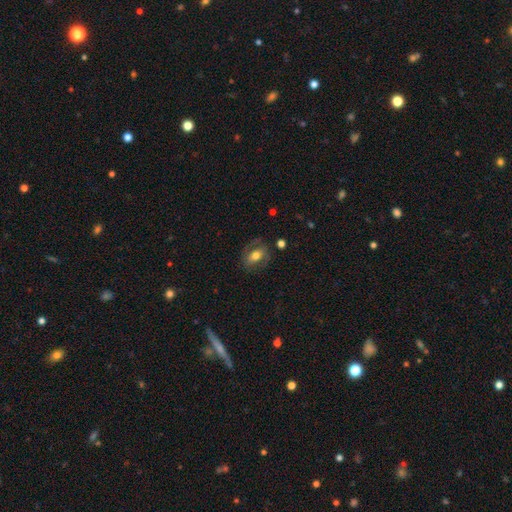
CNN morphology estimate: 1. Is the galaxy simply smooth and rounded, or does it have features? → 48% smooth, 44% featured or disk, 8% star or artifact.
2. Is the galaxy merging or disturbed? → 70% none, 17% minor disturbance, 11% major disturbance, 2% merger.